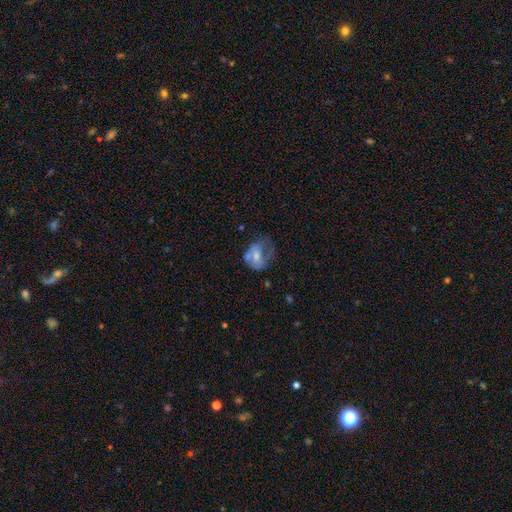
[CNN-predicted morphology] type=smooth (53%); roundness=in between (57%); merging=major disturbance (32%).